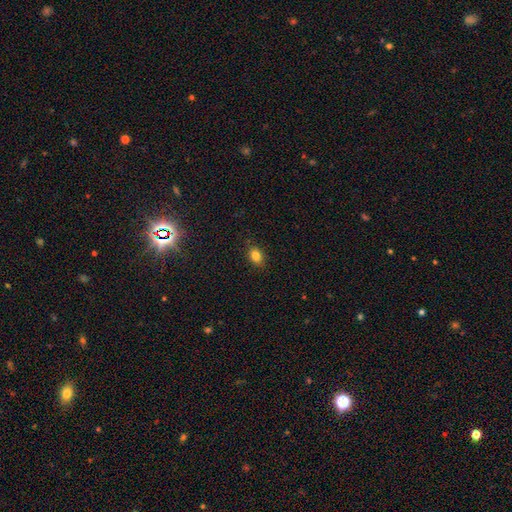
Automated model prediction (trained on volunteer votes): smooth 82%, star or artifact 11%, featured or disk 7%. Down the decision tree: how rounded — in between (74%); merging — none (86%).